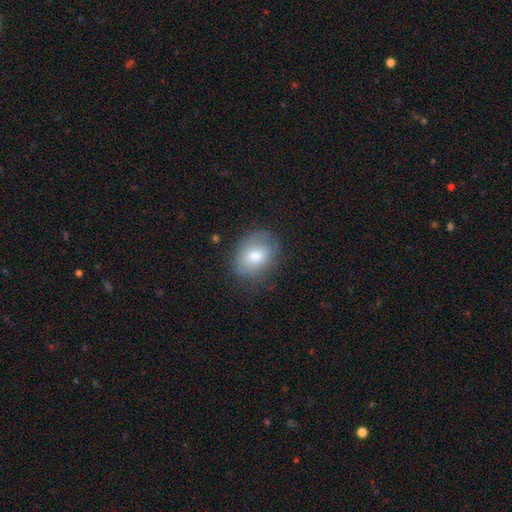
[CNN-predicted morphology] smooth-or-featured: smooth: 74% | featured or disk: 18% | star or artifact: 8%
  how-rounded: in between: 64% | round: 35% | cigar-shaped: 1%
  merging: none: 70% | minor disturbance: 22% | major disturbance: 7% | merger: 1%